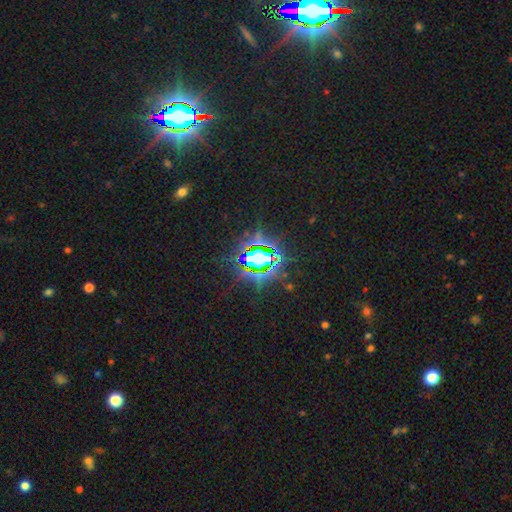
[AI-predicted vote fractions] smooth_or_featured: star or artifact (p=0.78) [alt: smooth p=0.12]